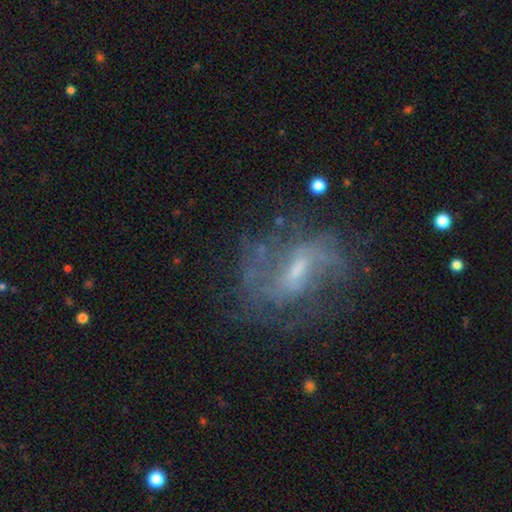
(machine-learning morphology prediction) smooth_or_featured: featured or disk (p=0.77) [alt: smooth p=0.13]
disk_edge_on: no (p=0.95) [alt: yes p=0.05]
bar: weak (p=0.55) [alt: no p=0.23]
has_spiral_arms: yes (p=0.80) [alt: no p=0.20]
spiral_winding: medium (p=0.42) [alt: loose p=0.37]
spiral_arm_count: 2 (p=0.49) [alt: can't tell p=0.31]
bulge_size: small (p=0.47) [alt: moderate p=0.36]
merging: none (p=0.58) [alt: major disturbance p=0.20]